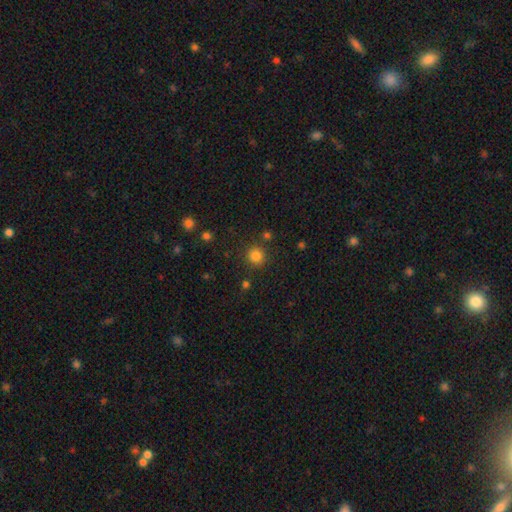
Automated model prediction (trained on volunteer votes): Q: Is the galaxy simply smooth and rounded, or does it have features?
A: smooth — 82%.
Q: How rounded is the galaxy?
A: round — 93%.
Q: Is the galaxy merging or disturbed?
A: none — 86%.